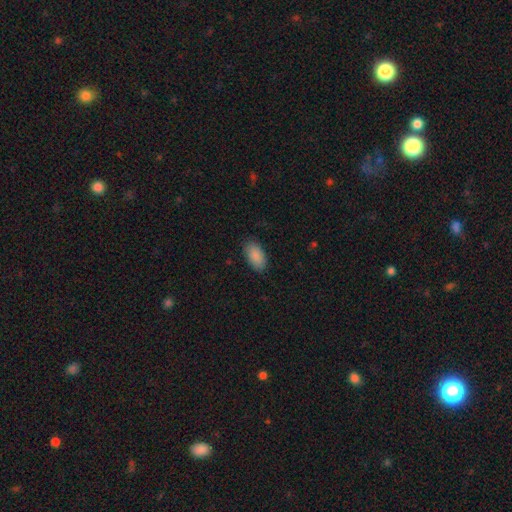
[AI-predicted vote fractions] This is clearly a smooth galaxy (90%). How rounded: clearly in between (95%). Merging: clearly none (86%).